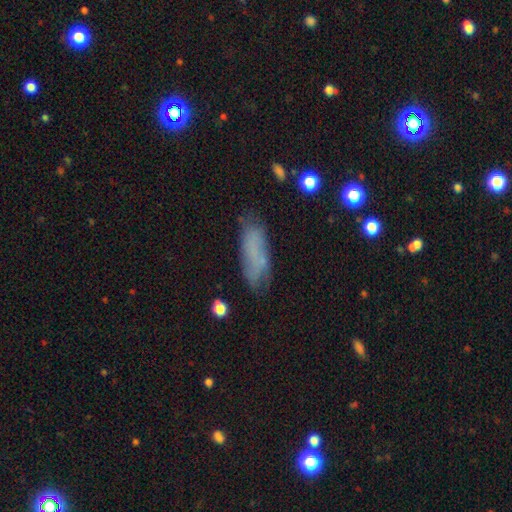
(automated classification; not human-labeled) Smooth or featured? Predicted: smooth (p=0.67). How rounded? Predicted: in between (p=0.63). Merging? Predicted: none (p=0.65).